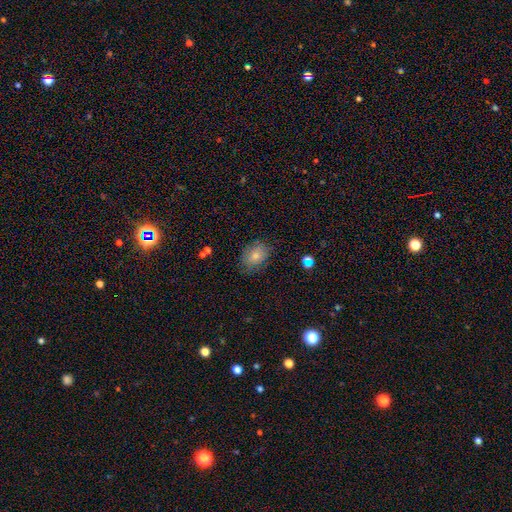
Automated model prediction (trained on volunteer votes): Smooth or featured?
  - smooth: 78% *
  - featured or disk: 13%
  - star or artifact: 9%
How rounded?
  - in between: 76% *
  - round: 23%
  - cigar-shaped: 1%
Merging?
  - none: 75% *
  - minor disturbance: 19%
  - major disturbance: 5%
  - merger: 1%